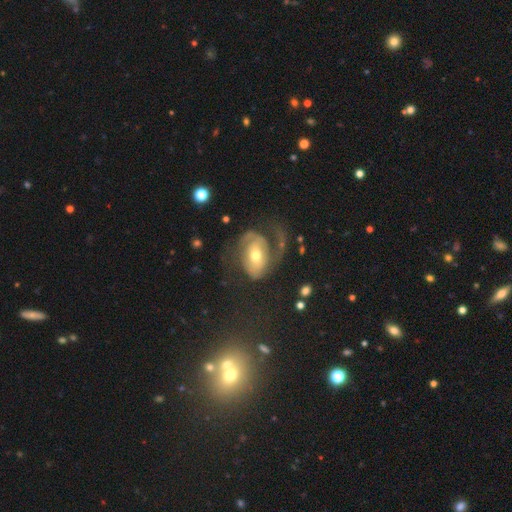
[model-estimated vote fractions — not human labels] Q: Smooth or featured?
A: featured or disk (78%); runner-up: smooth (14%)
Q: Edge-on disk?
A: no (96%); runner-up: yes (4%)
Q: Bar?
A: no (46%); runner-up: weak (36%)
Q: Spiral arms?
A: yes (89%); runner-up: no (11%)
Q: Spiral winding?
A: medium (44%); runner-up: loose (31%)
Q: Spiral arm count?
A: 2 (65%); runner-up: 1 (21%)
Q: Bulge size?
A: moderate (66%); runner-up: small (24%)
Q: Merging?
A: none (46%); runner-up: major disturbance (34%)